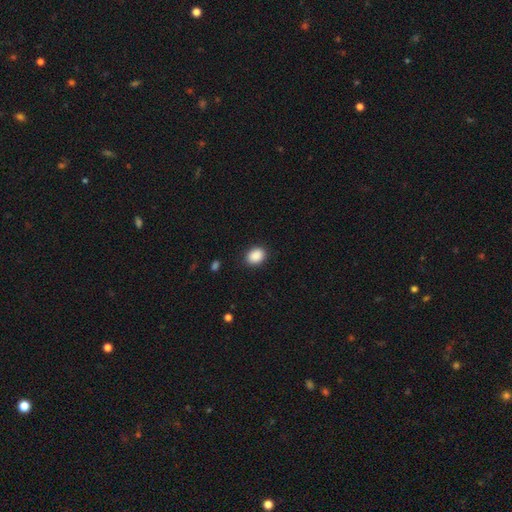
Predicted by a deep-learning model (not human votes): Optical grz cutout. It shows a smooth galaxy with no disk features (90%) that is in between round and cigar-shaped (58%). Merging: none (88%).